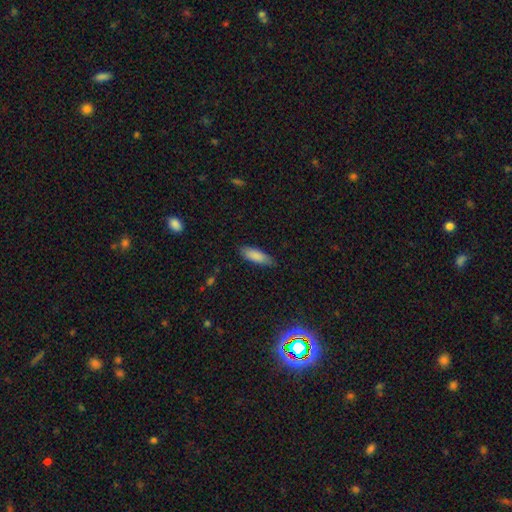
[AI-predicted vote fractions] A smooth galaxy with no disk features (86%) that is in between round and cigar-shaped (56%).

Vote fractions:
- Smooth or featured? smooth: 86% / featured or disk: 7% / star or artifact: 6%
- How rounded? in between: 56% / cigar-shaped: 43% / round: 2%
- Merging? none: 81% / minor disturbance: 15% / major disturbance: 3% / merger: 1%